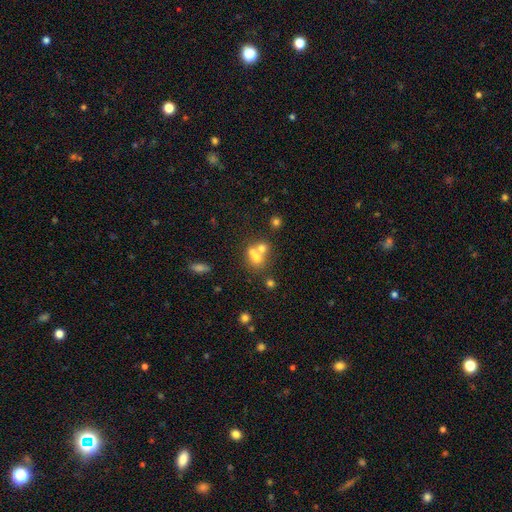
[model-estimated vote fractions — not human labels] smooth_or_featured: smooth (p=0.61) [alt: featured or disk p=0.23]
how_rounded: round (p=0.63) [alt: in between p=0.36]
merging: merger (p=0.57) [alt: none p=0.31]